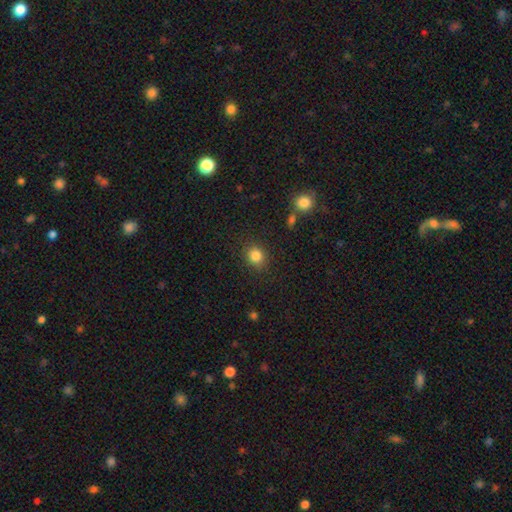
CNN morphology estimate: This is clearly a smooth galaxy (84%). How rounded: likely round (79%). Merging: clearly none (87%).